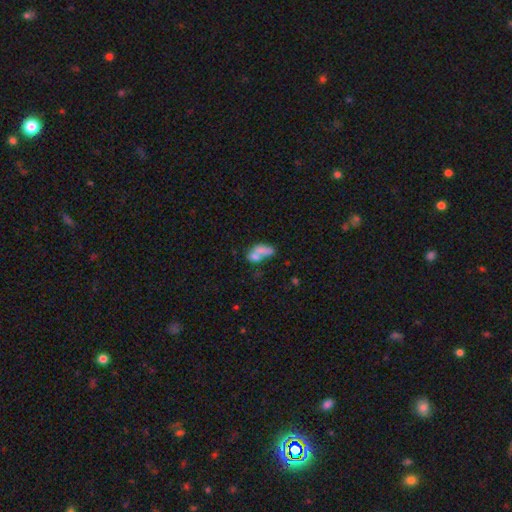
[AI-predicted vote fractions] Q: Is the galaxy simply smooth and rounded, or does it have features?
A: smooth — 67%.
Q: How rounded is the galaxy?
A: in between — 77%.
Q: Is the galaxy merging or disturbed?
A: merger — 58%.